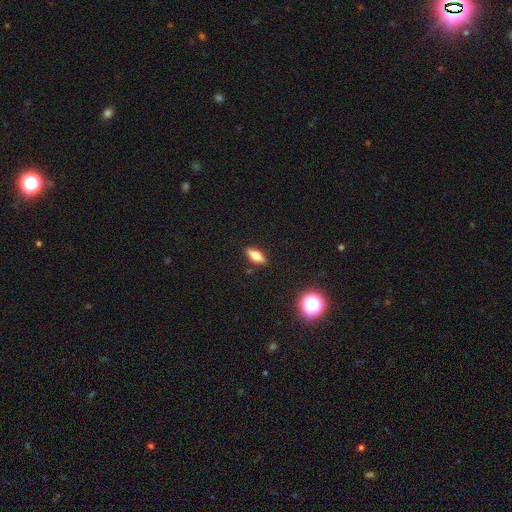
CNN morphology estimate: A smooth galaxy with no disk features (59%) that is in between round and cigar-shaped (69%).

Vote fractions:
- Smooth or featured? smooth: 59% / featured or disk: 31% / star or artifact: 10%
- How rounded? in between: 69% / cigar-shaped: 27% / round: 4%
- Merging? none: 88% / minor disturbance: 8% / major disturbance: 2% / merger: 1%